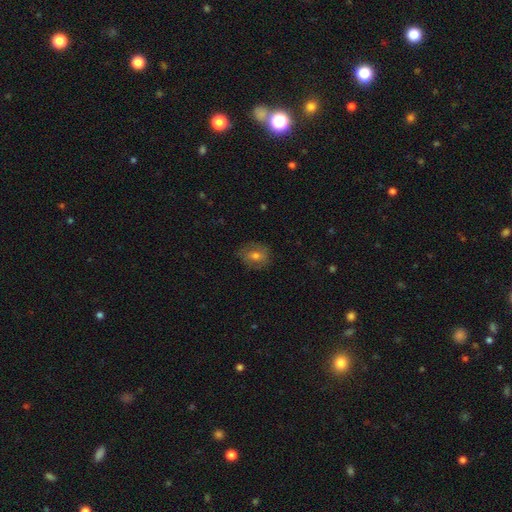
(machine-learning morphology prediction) Smooth or featured? smooth (61%)
How rounded? in between (51%)
Merging? none (77%)